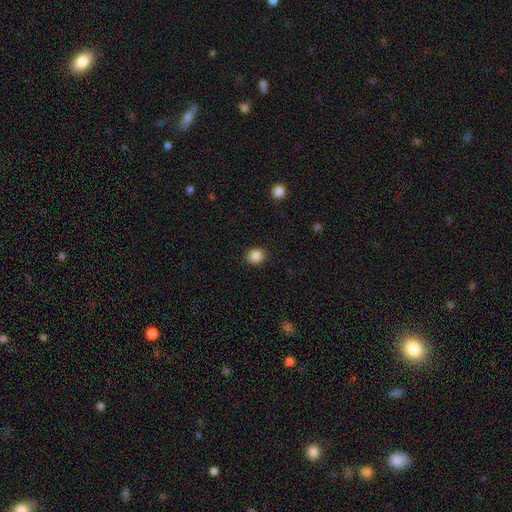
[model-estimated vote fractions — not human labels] smooth 87%, star or artifact 10%, featured or disk 3%. Down the decision tree: how rounded — round (77%); merging — none (89%).